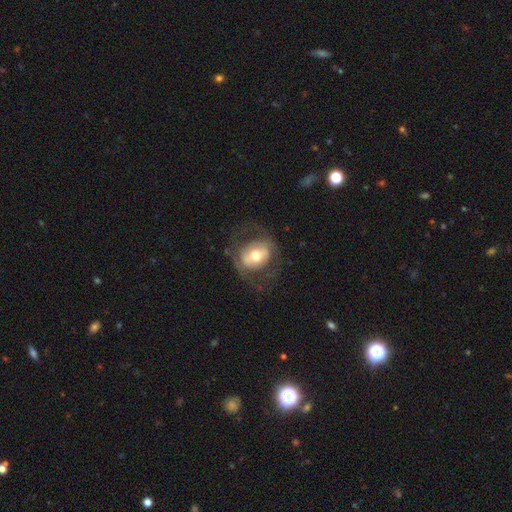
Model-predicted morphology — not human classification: Smooth or featured? featured or disk (55%)
Edge-on disk? no (94%)
Bar? no (46%)
Spiral arms? no (59%)
Bulge size? moderate (69%)
Merging? none (65%)